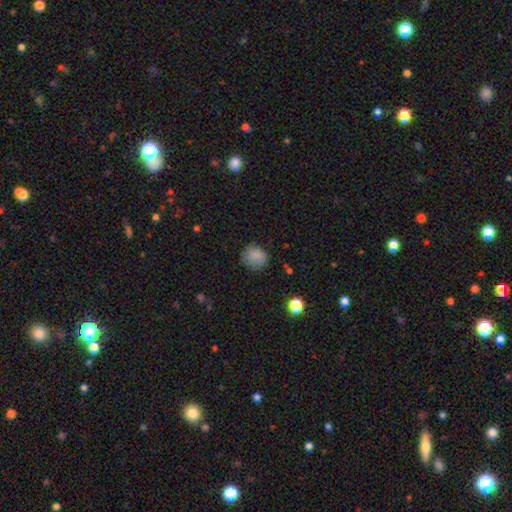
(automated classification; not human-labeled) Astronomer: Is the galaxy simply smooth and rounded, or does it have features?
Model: smooth — 83%.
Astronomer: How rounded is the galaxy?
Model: round — 78%.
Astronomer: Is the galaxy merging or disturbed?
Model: none — 73%.